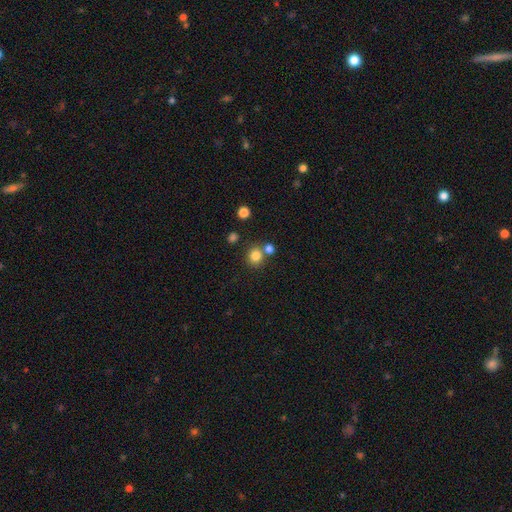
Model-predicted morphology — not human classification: Smooth or featured?
  - smooth: 81% *
  - star or artifact: 13%
  - featured or disk: 6%
How rounded?
  - round: 88% *
  - in between: 11%
  - cigar-shaped: 1%
Merging?
  - none: 69% *
  - merger: 20%
  - minor disturbance: 8%
  - major disturbance: 3%